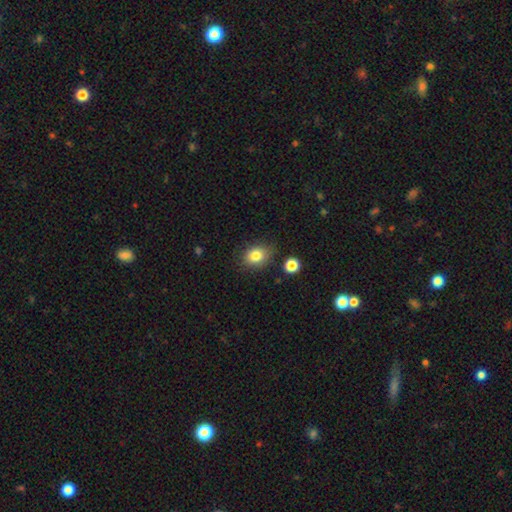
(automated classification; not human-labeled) Q: Smooth or featured?
A: smooth (82%); runner-up: star or artifact (10%)
Q: How rounded?
A: in between (59%); runner-up: round (40%)
Q: Merging?
A: none (79%); runner-up: minor disturbance (14%)